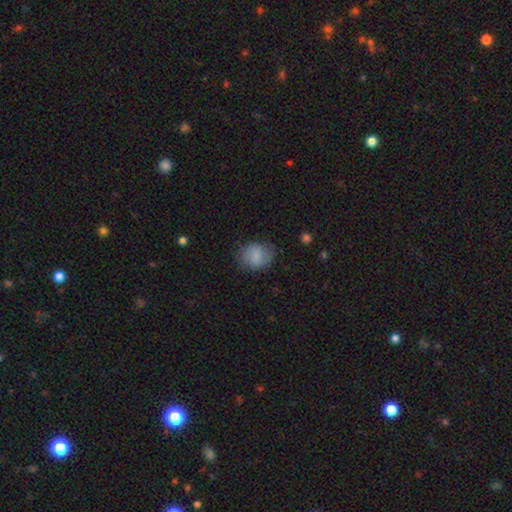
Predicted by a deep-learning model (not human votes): Smooth or featured?
  - smooth: 76% *
  - featured or disk: 16%
  - star or artifact: 8%
How rounded?
  - round: 51% *
  - in between: 48%
  - cigar-shaped: 1%
Merging?
  - none: 73% *
  - minor disturbance: 19%
  - major disturbance: 6%
  - merger: 1%